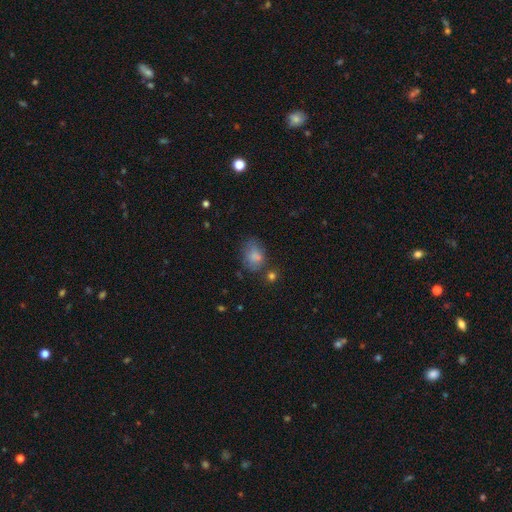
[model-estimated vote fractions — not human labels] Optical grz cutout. It shows a smooth galaxy with no disk features (74%) that is in between round and cigar-shaped (67%). Merging: none (62%).